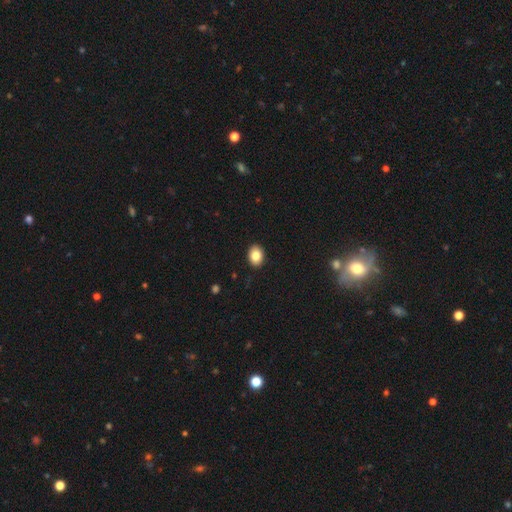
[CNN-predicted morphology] Smooth or featured?
  - smooth: 84% *
  - star or artifact: 9%
  - featured or disk: 7%
How rounded?
  - in between: 68% *
  - round: 31%
  - cigar-shaped: 1%
Merging?
  - none: 91% *
  - minor disturbance: 7%
  - major disturbance: 2%
  - merger: 1%